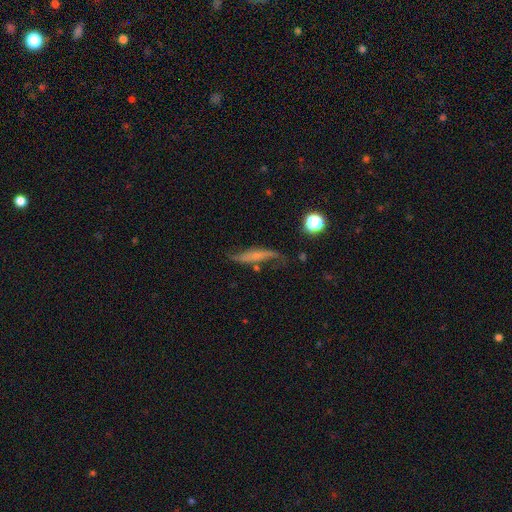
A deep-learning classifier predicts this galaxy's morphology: Smooth or featured? Predicted: featured or disk (p=0.65). Edge-on disk? Predicted: no (p=0.61). Merging? Predicted: none (p=0.53).